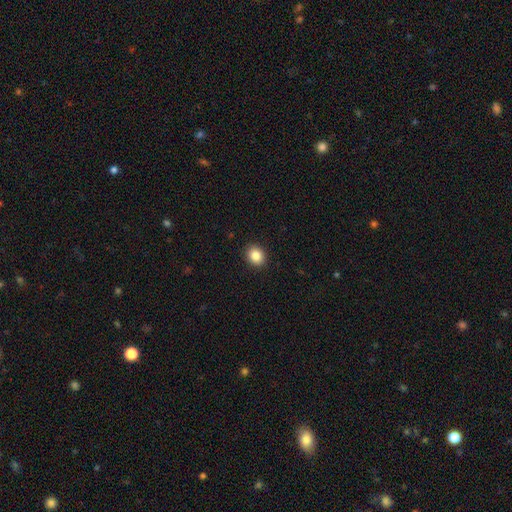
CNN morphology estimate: Q: Smooth or featured?
A: smooth (86%); runner-up: star or artifact (9%)
Q: How rounded?
A: round (65%); runner-up: in between (35%)
Q: Merging?
A: none (92%); runner-up: minor disturbance (6%)